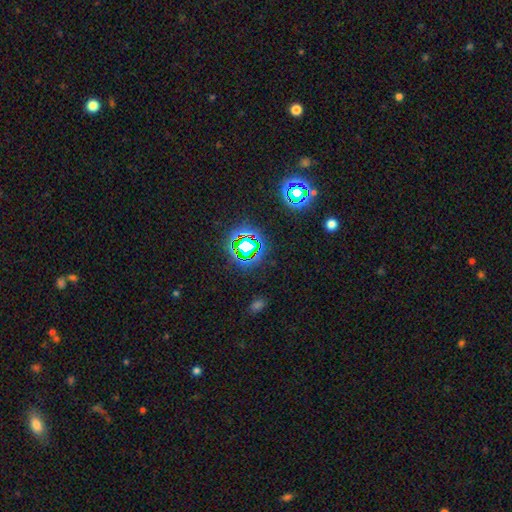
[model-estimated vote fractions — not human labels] Smooth or featured? star or artifact (77%)